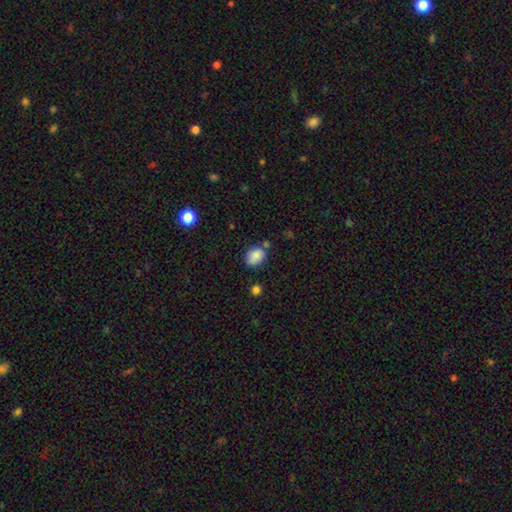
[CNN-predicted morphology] Smooth or featured?
  - smooth: 86% *
  - star or artifact: 9%
  - featured or disk: 6%
How rounded?
  - in between: 66% *
  - round: 33%
  - cigar-shaped: 1%
Merging?
  - none: 64% *
  - minor disturbance: 23%
  - merger: 9%
  - major disturbance: 5%